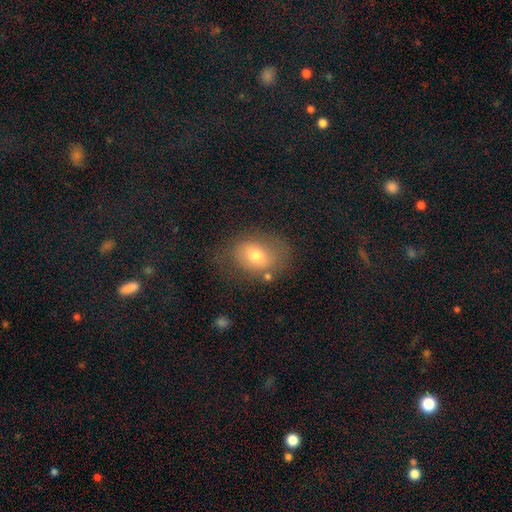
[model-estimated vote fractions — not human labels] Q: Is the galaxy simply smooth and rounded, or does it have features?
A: smooth — 67%.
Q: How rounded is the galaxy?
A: in between — 63%.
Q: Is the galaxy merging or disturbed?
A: none — 65%.